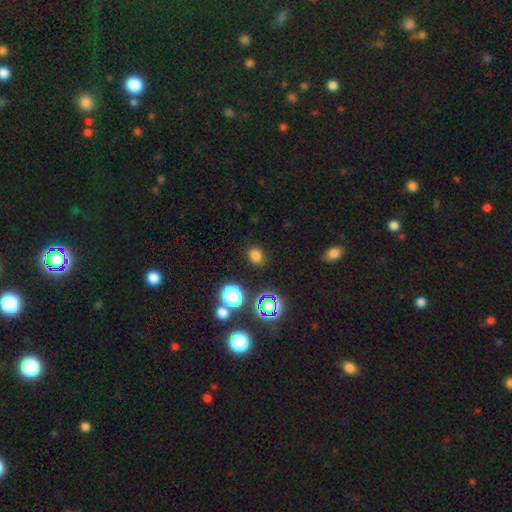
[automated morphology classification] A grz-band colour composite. It shows a smooth galaxy with no disk features (73%) that is round (58%). Merging: none (85%).